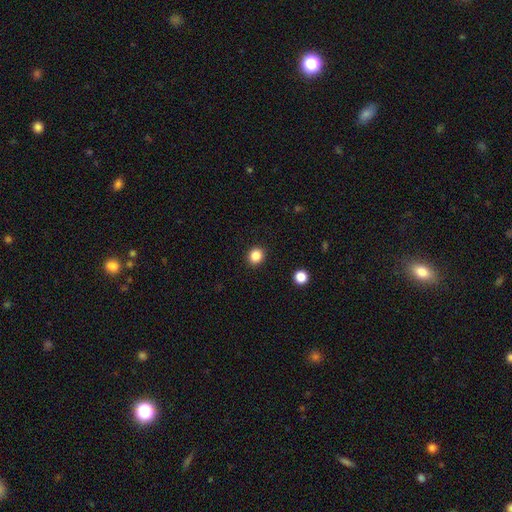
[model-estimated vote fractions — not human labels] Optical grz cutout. It shows a smooth galaxy with no disk features (85%) that is round (82%). Merging: none (91%).